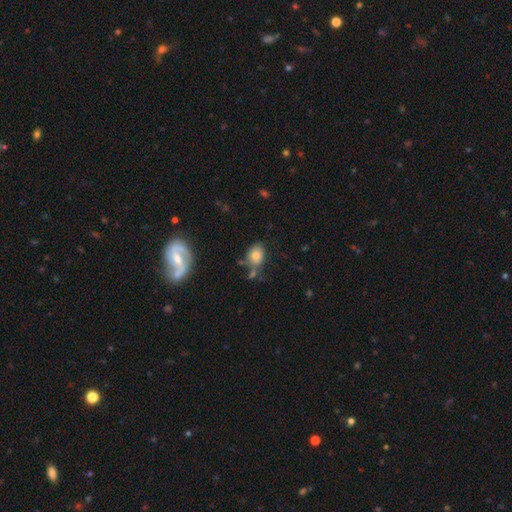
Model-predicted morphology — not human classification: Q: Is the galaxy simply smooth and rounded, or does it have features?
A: smooth — 79%.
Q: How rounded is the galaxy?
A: in between — 66%.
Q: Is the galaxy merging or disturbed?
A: none — 55%.